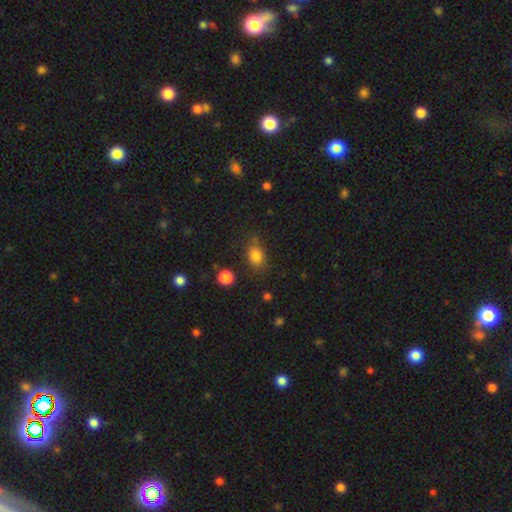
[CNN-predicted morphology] Smooth or featured? smooth (81%)
How rounded? in between (60%)
Merging? none (73%)